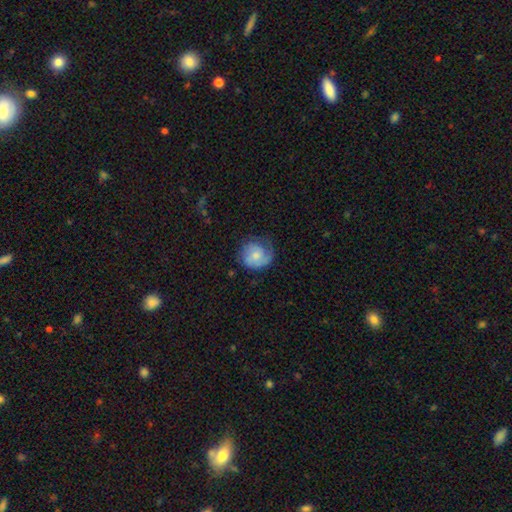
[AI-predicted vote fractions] Morphology: type=featured or disk (58%); edge-on=no (98%); bar=no (70%); spiral arms=yes (90%); winding=tight (48%); arm count=2 (40%); bulge=small (45%); merging=none (62%).